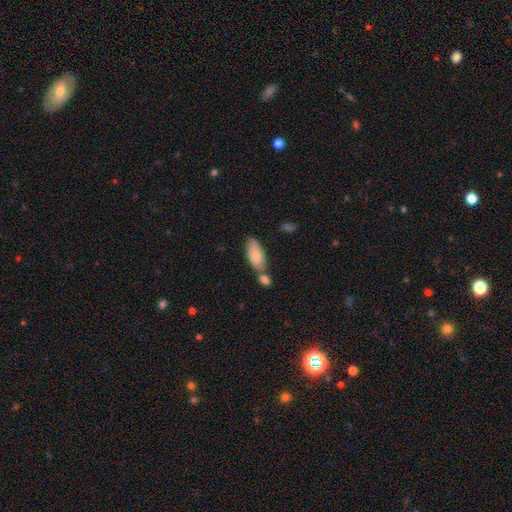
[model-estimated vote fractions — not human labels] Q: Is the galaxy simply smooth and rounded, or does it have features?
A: smooth — 83%.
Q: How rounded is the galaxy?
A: in between — 87%.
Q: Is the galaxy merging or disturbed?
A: none — 43%.